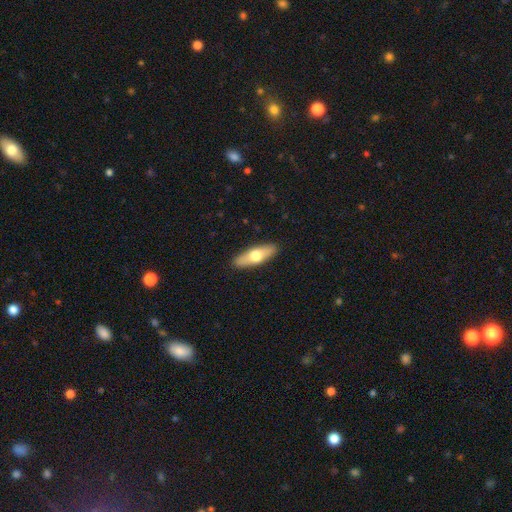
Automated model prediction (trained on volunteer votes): This is possibly a smooth galaxy (59%). How rounded: possibly in between (51%). Merging: clearly none (90%).